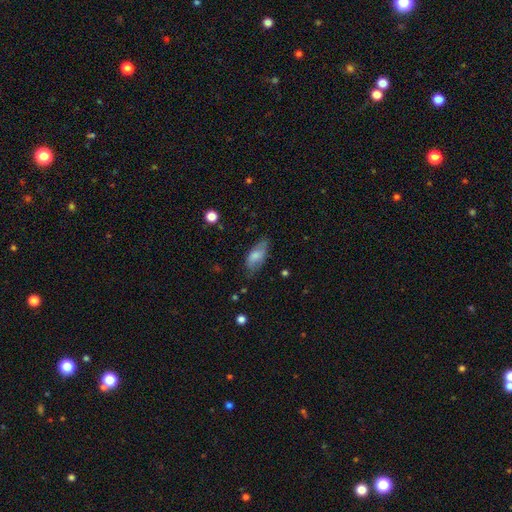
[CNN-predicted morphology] Smooth or featured? smooth (73%)
How rounded? in between (86%)
Merging? none (64%)